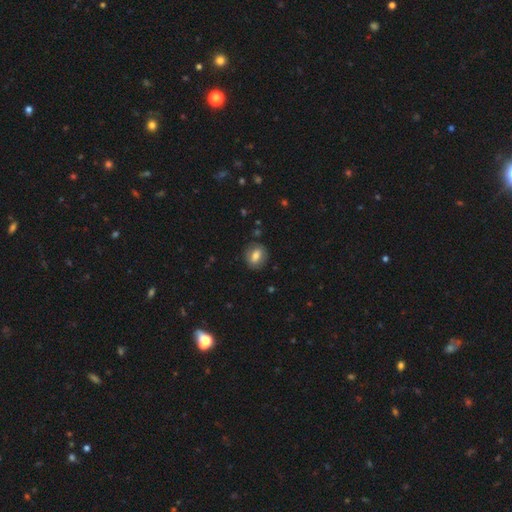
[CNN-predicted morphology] This is likely a smooth galaxy (73%). How rounded: likely in between (60%). Merging: clearly none (82%).